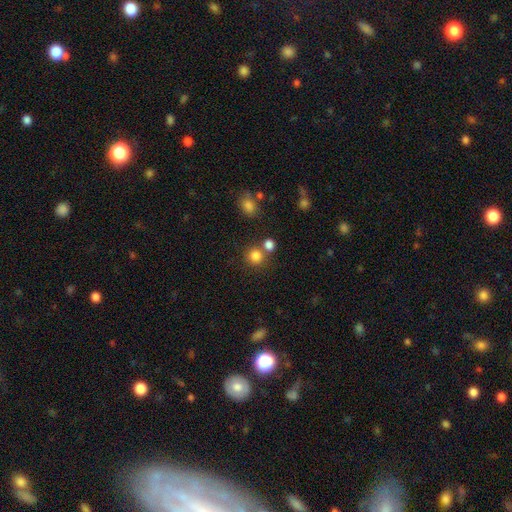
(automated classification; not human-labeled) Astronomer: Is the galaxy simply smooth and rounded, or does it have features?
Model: smooth — 81%.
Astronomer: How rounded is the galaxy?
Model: round — 89%.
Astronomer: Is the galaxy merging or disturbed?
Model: none — 67%.